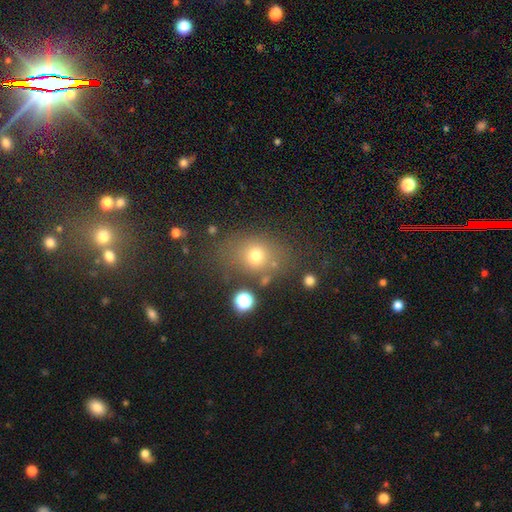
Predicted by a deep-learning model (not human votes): The model was most divided on "how rounded": in between: 51%, round: 48%, cigar-shaped: 2%. More confident: merging — none (72%); smooth or featured — smooth (70%).